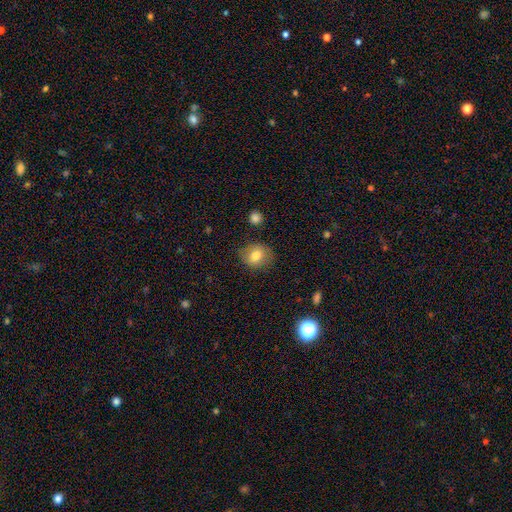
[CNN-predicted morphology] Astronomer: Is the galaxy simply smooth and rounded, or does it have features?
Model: smooth — 76%.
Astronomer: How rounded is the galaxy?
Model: round — 64%.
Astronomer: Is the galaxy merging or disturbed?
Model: none — 81%.